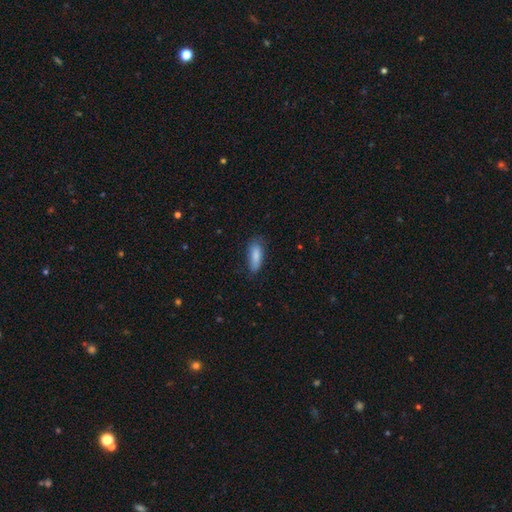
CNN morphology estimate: smooth_or_featured: smooth (p=0.85) [alt: featured or disk p=0.09]
how_rounded: in between (p=0.66) [alt: cigar-shaped p=0.33]
merging: none (p=0.73) [alt: minor disturbance p=0.21]